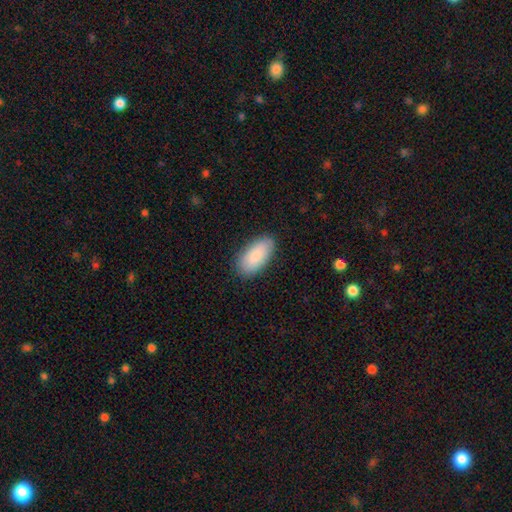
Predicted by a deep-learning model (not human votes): smooth_or_featured: smooth (p=0.87) [alt: featured or disk p=0.07]
how_rounded: in between (p=0.93) [alt: cigar-shaped p=0.05]
merging: none (p=0.86) [alt: minor disturbance p=0.11]